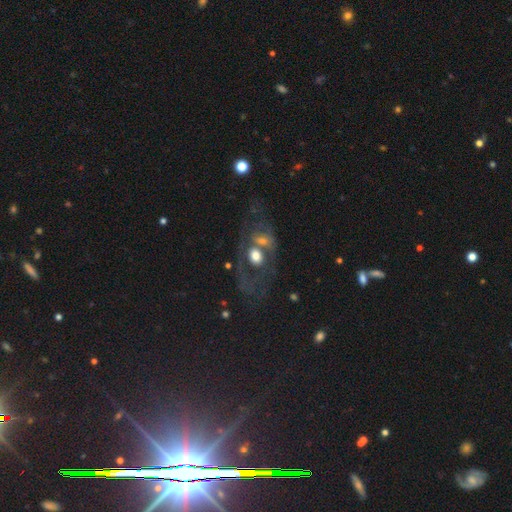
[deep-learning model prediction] The model was most divided on "smooth or featured": featured or disk: 47%, smooth: 42%, star or artifact: 11%. Remaining: merging — merger (42%).